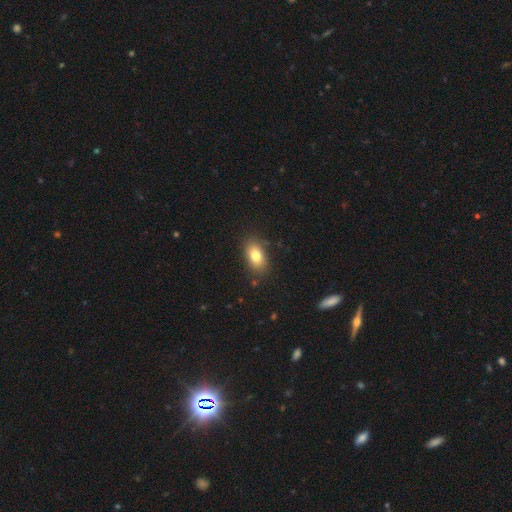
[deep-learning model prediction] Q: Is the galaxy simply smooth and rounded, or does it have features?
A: smooth — 80%.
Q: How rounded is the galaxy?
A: in between — 88%.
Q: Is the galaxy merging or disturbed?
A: none — 84%.